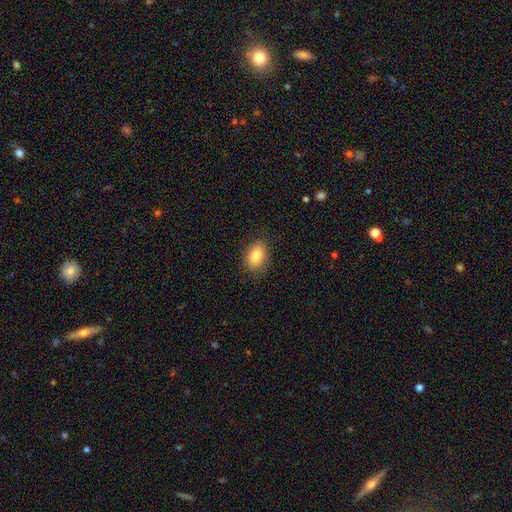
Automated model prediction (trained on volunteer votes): This is clearly a smooth galaxy (83%). How rounded: clearly in between (82%). Merging: clearly none (84%).